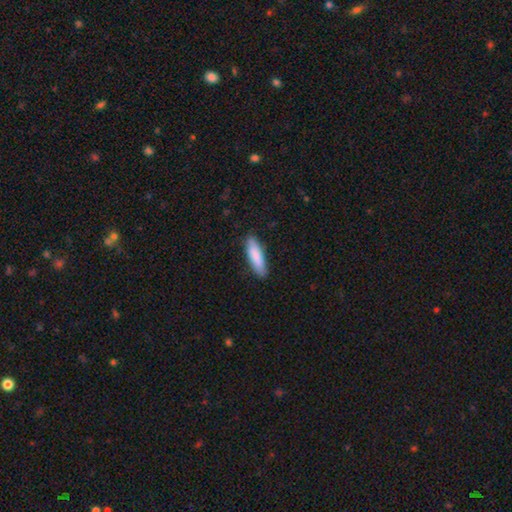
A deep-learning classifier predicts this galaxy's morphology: The model was most divided on "how rounded": cigar-shaped: 65%, in between: 34%, round: 1%. More confident: merging — none (86%); smooth or featured — smooth (85%).